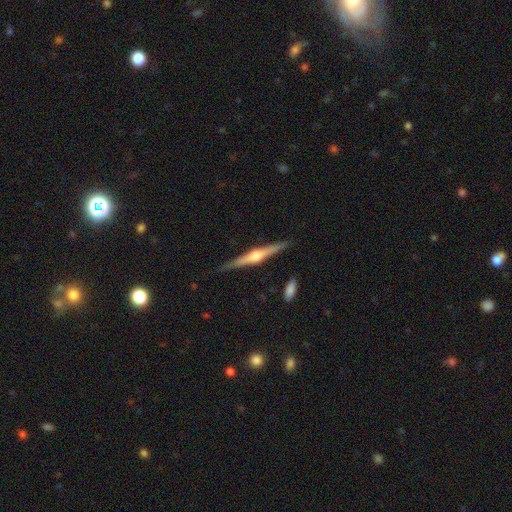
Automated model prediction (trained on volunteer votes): A featured or disk galaxy (79%) viewed edge-on (98%) with a rounded central bulge (92%). Merging: none (87%).